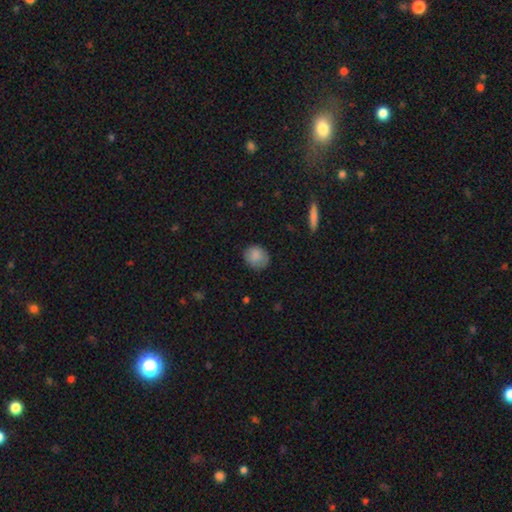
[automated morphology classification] Smooth or featured: smooth — 85% (star or artifact — 8%)
How rounded: round — 66% (in between — 33%)
Merging: none — 76% (minor disturbance — 18%)